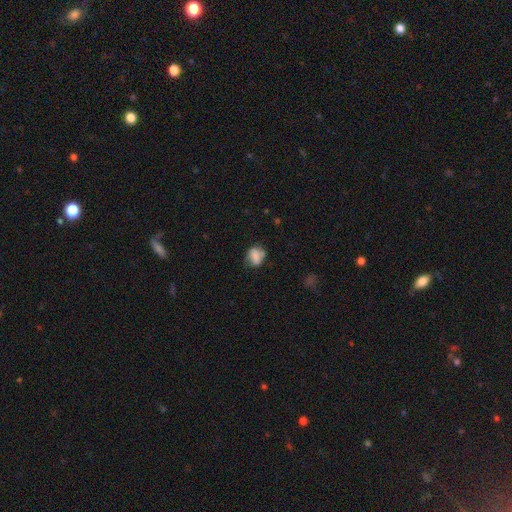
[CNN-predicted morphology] smooth 73%, featured or disk 18%, star or artifact 9%. Down the decision tree: how rounded — in between (55%); merging — none (55%).